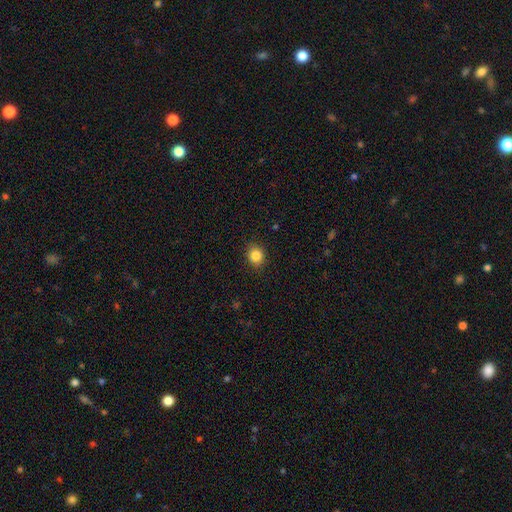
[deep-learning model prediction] The model was most divided on "how rounded": round: 79%, in between: 20%, cigar-shaped: 1%. More confident: merging — none (90%); smooth or featured — smooth (84%).